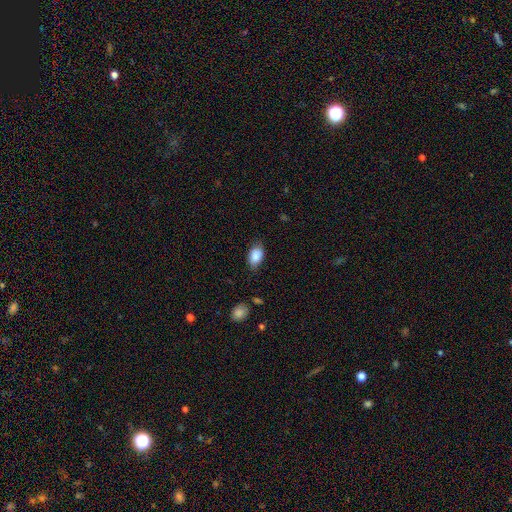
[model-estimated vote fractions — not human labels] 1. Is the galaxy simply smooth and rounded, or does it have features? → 87% smooth, 7% star or artifact, 6% featured or disk.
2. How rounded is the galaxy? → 90% in between, 8% round, 2% cigar-shaped.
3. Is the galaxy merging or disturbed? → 75% none, 20% minor disturbance, 4% major disturbance, 2% merger.